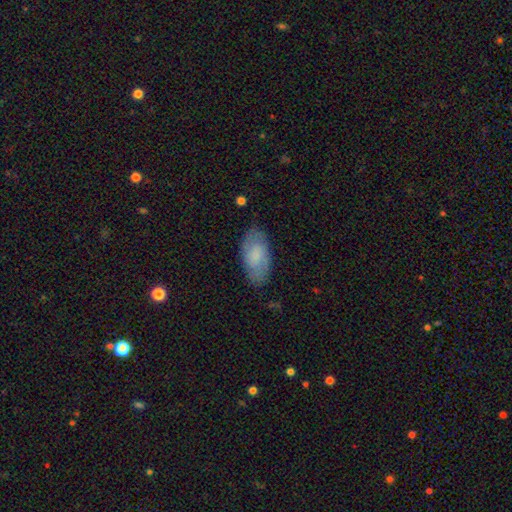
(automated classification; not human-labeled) Overall: smooth (70%). How rounded: in between (93%). Merging: none (79%).